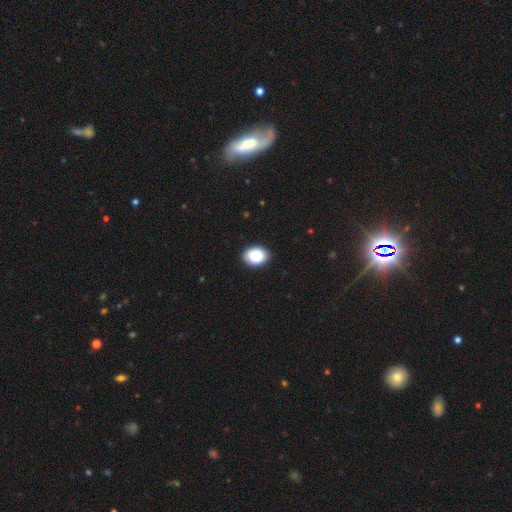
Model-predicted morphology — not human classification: A smooth galaxy with no disk features (87%) that is in between round and cigar-shaped (68%).

Vote fractions:
- Smooth or featured? smooth: 87% / star or artifact: 8% / featured or disk: 5%
- How rounded? in between: 68% / round: 31% / cigar-shaped: 1%
- Merging? none: 90% / minor disturbance: 8% / major disturbance: 2% / merger: 1%